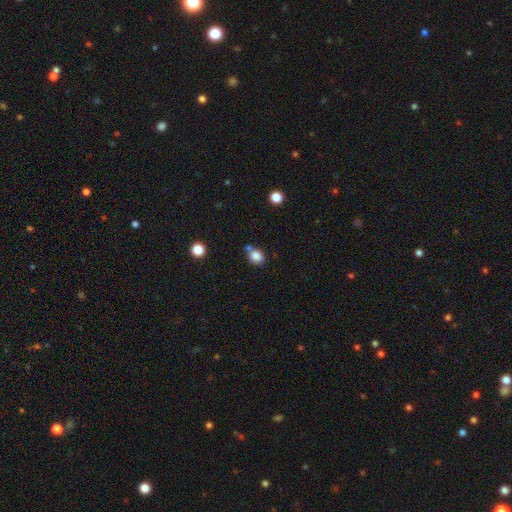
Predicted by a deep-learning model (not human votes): Q: Smooth or featured?
A: smooth (84%); runner-up: star or artifact (11%)
Q: How rounded?
A: round (70%); runner-up: in between (29%)
Q: Merging?
A: none (63%); runner-up: merger (20%)